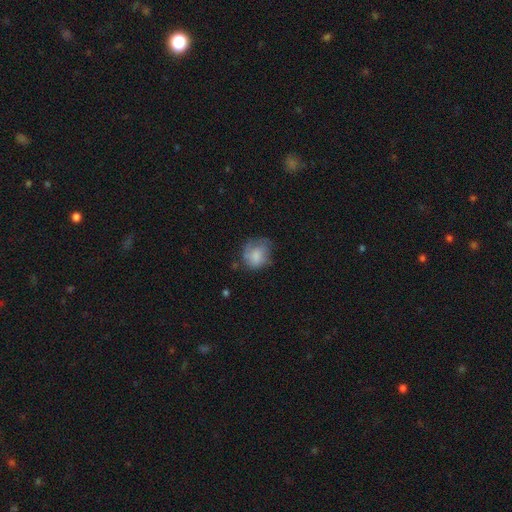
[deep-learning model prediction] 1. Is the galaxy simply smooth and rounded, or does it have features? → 68% smooth, 23% featured or disk, 9% star or artifact.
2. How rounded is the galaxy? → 61% round, 38% in between, 1% cigar-shaped.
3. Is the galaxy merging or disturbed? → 47% none, 32% minor disturbance, 18% major disturbance, 2% merger.